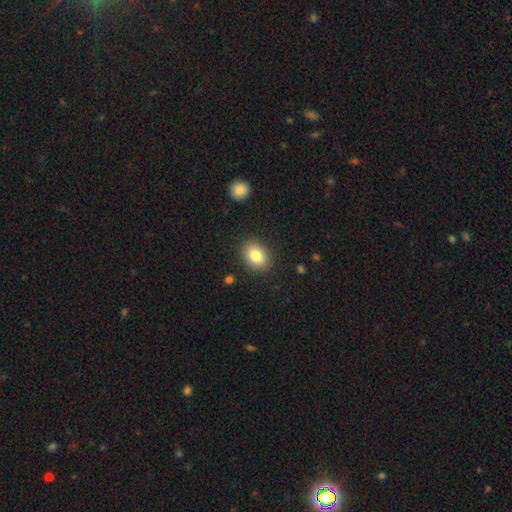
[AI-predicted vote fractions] smooth-or-featured: smooth: 83% | featured or disk: 9% | star or artifact: 8%
  how-rounded: in between: 64% | round: 35% | cigar-shaped: 1%
  merging: none: 87% | minor disturbance: 9% | major disturbance: 3% | merger: 1%